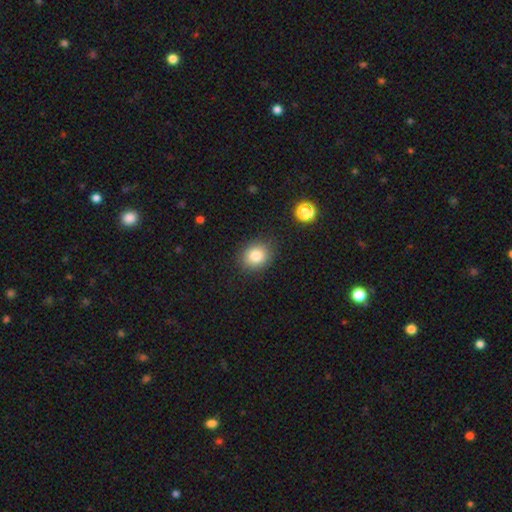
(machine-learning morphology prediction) smooth 81%, star or artifact 11%, featured or disk 8%. Down the decision tree: how rounded — round (71%); merging — none (86%).